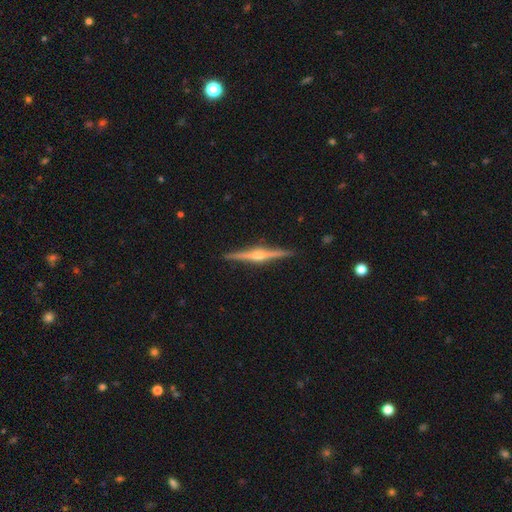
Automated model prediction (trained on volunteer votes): This is clearly a featured or disk galaxy (87%). It is clearly viewed edge-on (99%). Edge-on bulge: clearly rounded (92%). Merging: clearly none (92%).